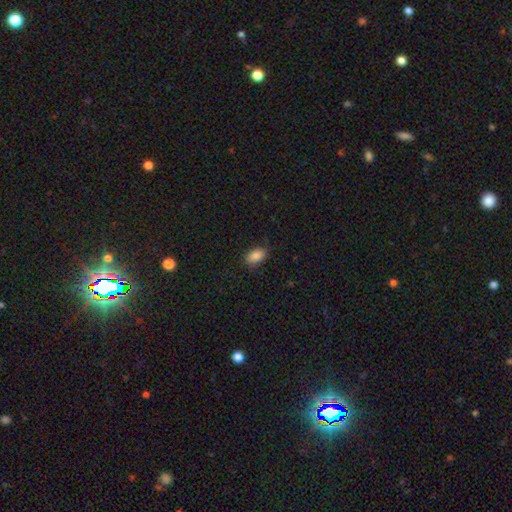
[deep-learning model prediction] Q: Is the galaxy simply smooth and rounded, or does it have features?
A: smooth — 86%.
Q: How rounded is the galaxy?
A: in between — 89%.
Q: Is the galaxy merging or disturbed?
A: none — 80%.